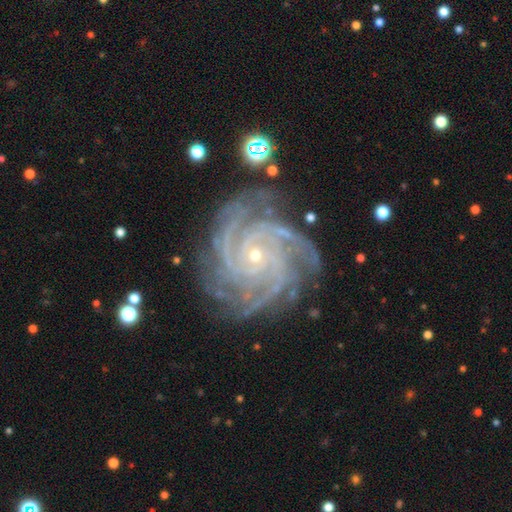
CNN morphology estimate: This is clearly a featured or disk galaxy (93%). It is clearly not viewed edge-on (98%). Bar: likely no (71%). Spiral arm pattern: clearly yes (99%). Spiral arm count: marginally 4 (35%). Spiral winding: likely tight (75%). Central bulge: clearly small (82%). Merging: likely none (78%).